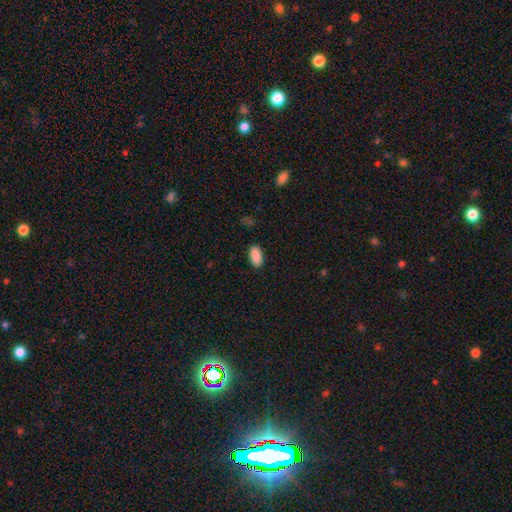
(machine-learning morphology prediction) Smooth or featured?
  - smooth: 90% *
  - star or artifact: 7%
  - featured or disk: 3%
How rounded?
  - in between: 94% *
  - cigar-shaped: 3%
  - round: 3%
Merging?
  - none: 88% *
  - minor disturbance: 8%
  - major disturbance: 2%
  - merger: 1%